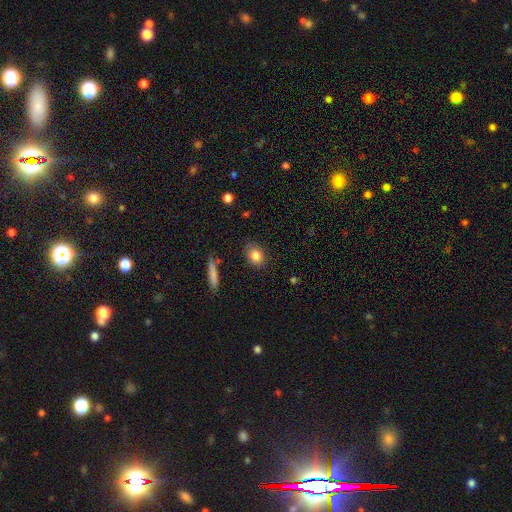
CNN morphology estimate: This appears to be a smooth galaxy with no disk features (83%) that is in between round and cigar-shaped (52%). Merging: none (84%).